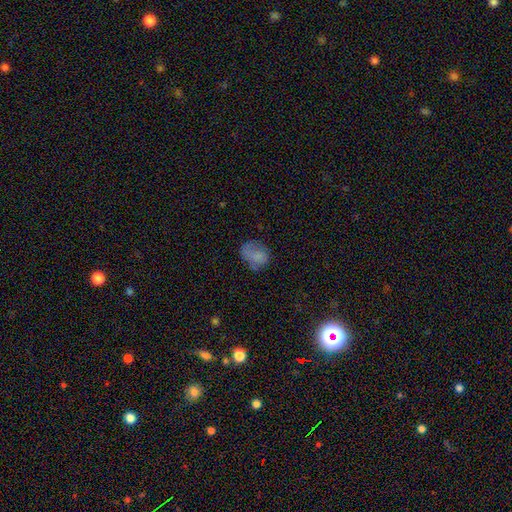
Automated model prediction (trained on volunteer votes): Morphology: type=smooth (70%); roundness=round (50%); merging=none (49%).